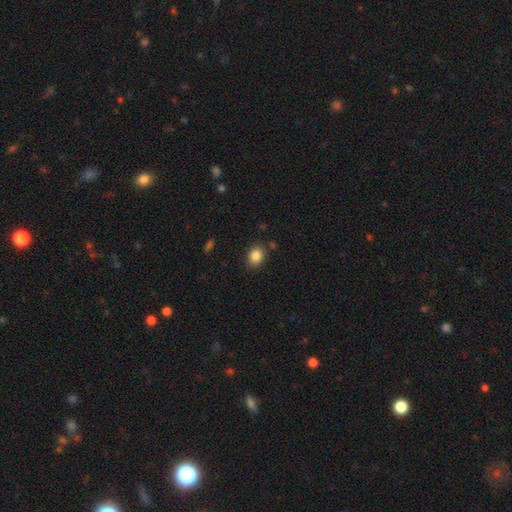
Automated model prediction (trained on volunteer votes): Smooth or featured: smooth — 86% (star or artifact — 10%)
How rounded: round — 50% (in between — 49%)
Merging: none — 83% (minor disturbance — 11%)